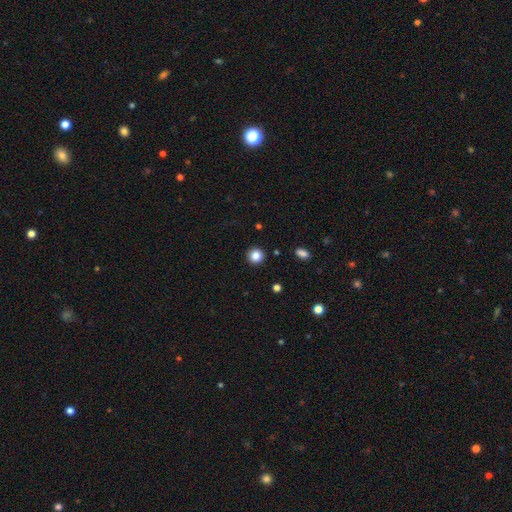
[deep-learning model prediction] A smooth galaxy with no disk features (86%) that is round (93%). Merging: none (92%).